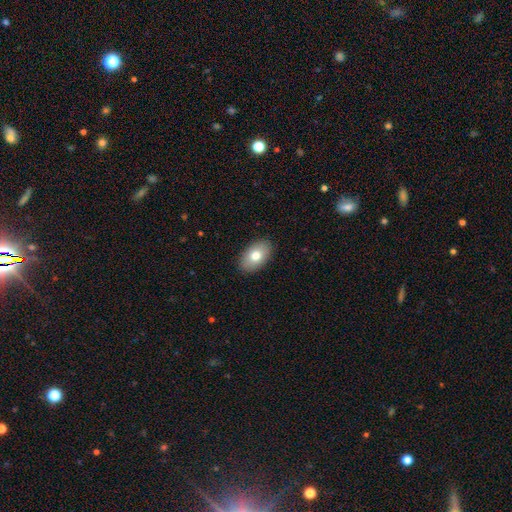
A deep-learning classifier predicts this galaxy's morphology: Smooth or featured? Predicted: smooth (p=0.76). How rounded? Predicted: in between (p=0.92). Merging? Predicted: none (p=0.89).